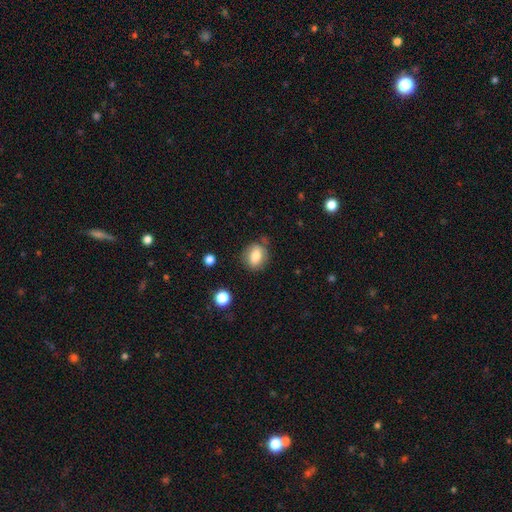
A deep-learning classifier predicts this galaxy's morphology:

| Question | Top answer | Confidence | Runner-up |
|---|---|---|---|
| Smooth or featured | smooth | 77% | featured or disk (14%) |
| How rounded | in between | 54% | round (44%) |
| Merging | none | 73% | minor disturbance (19%) |